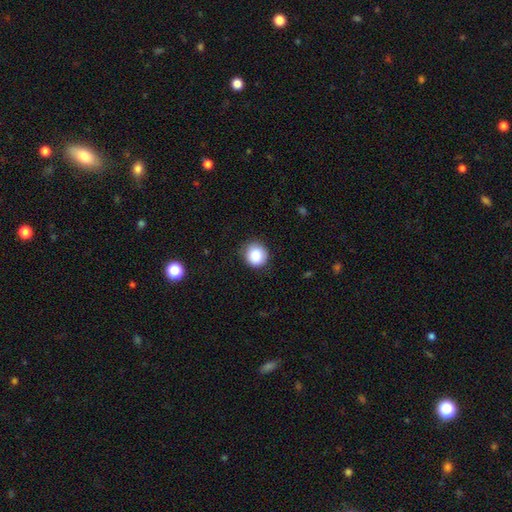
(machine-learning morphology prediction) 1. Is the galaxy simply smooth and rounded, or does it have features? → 86% smooth, 9% star or artifact, 5% featured or disk.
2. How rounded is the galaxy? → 92% round, 7% in between, 1% cigar-shaped.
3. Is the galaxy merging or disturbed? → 87% none, 10% minor disturbance, 2% major disturbance, 1% merger.